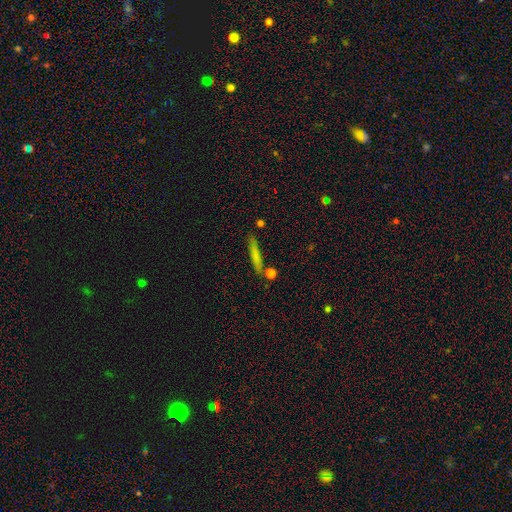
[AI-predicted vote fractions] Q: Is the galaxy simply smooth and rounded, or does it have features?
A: smooth — 68%.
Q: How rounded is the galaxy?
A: cigar-shaped — 92%.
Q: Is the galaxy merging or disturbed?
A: none — 79%.